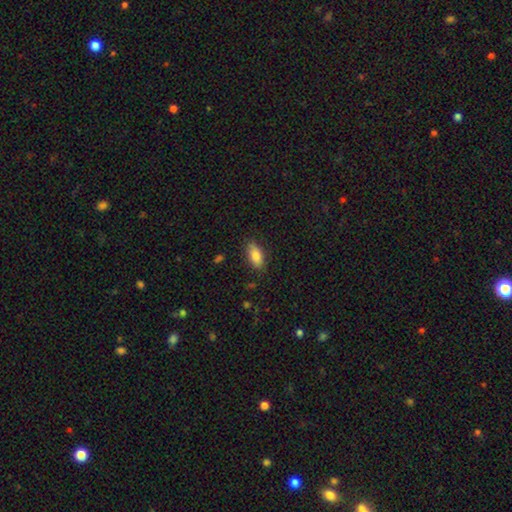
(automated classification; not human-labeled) Smooth or featured? Predicted: smooth (p=0.82). How rounded? Predicted: in between (p=0.87). Merging? Predicted: none (p=0.83).